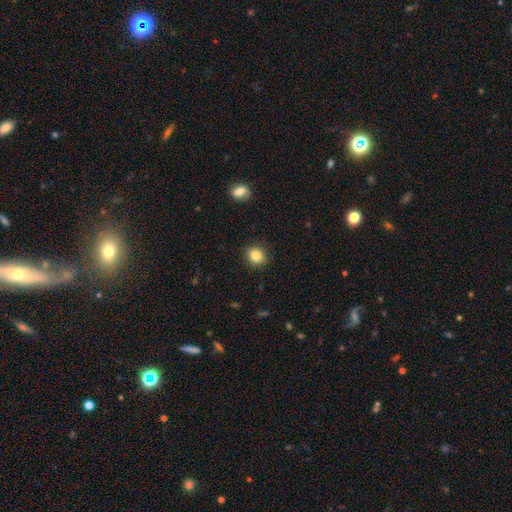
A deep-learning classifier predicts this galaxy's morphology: Smooth or featured?
  - smooth: 84% *
  - star or artifact: 10%
  - featured or disk: 6%
How rounded?
  - round: 72% *
  - in between: 27%
  - cigar-shaped: 1%
Merging?
  - none: 88% *
  - minor disturbance: 8%
  - major disturbance: 2%
  - merger: 1%